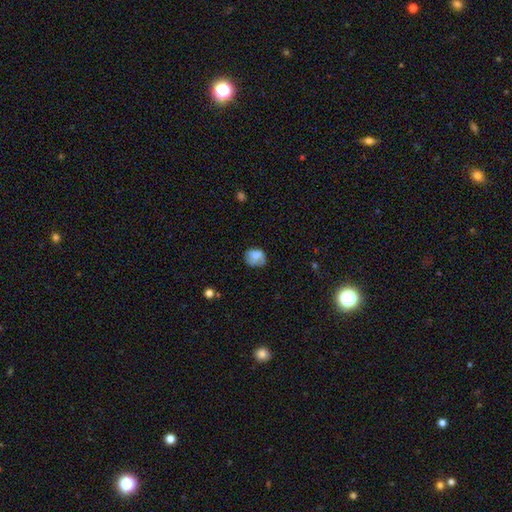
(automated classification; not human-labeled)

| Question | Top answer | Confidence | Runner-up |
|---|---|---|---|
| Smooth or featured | smooth | 72% | featured or disk (18%) |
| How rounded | round | 54% | in between (45%) |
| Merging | none | 49% | minor disturbance (32%) |